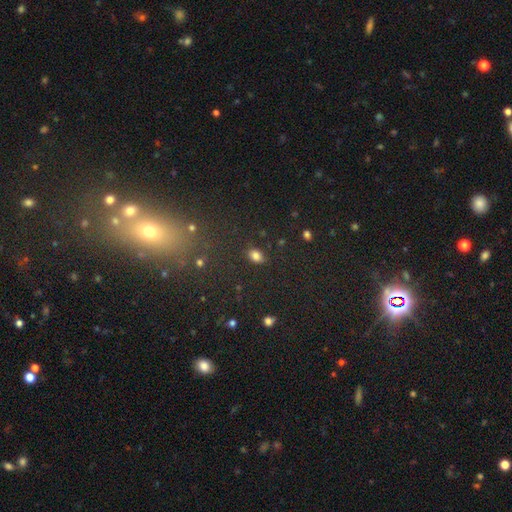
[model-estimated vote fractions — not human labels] smooth 82%, star or artifact 12%, featured or disk 6%. Down the decision tree: how rounded — in between (82%); merging — none (85%).